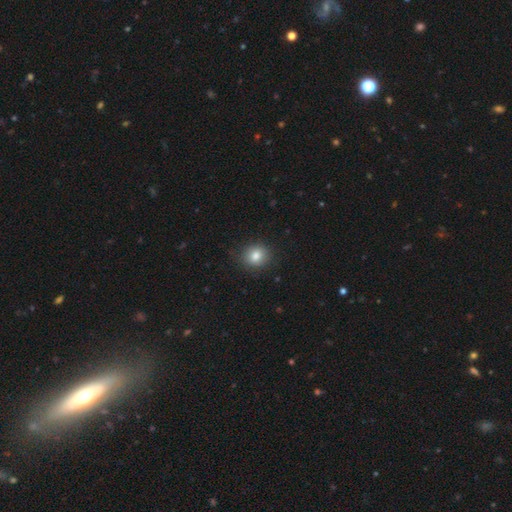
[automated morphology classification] Smooth or featured?
  - smooth: 83% *
  - star or artifact: 10%
  - featured or disk: 6%
How rounded?
  - round: 82% *
  - in between: 17%
  - cigar-shaped: 1%
Merging?
  - none: 87% *
  - minor disturbance: 9%
  - major disturbance: 3%
  - merger: 1%